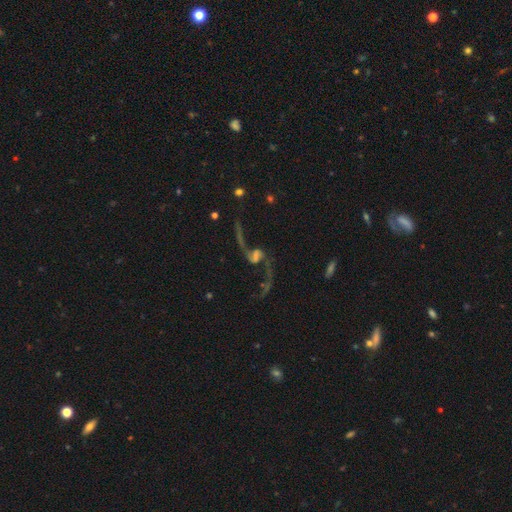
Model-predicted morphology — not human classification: This appears to be a featured or disk galaxy (84%) with a weak bar (45%), 2 (92%) loose (93%) spiral arms (93%) and no central bulge (35%). Merging: none (51%).